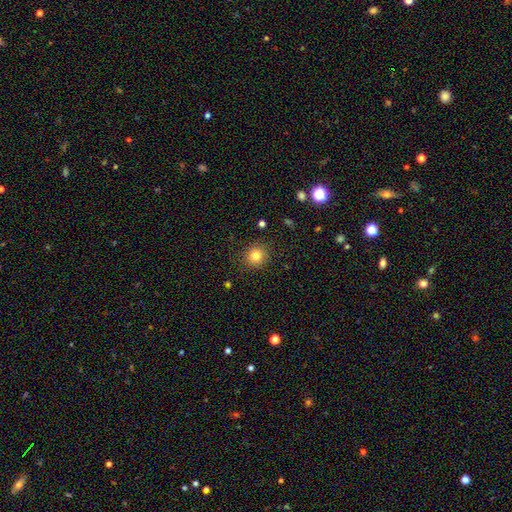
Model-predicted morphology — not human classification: A smooth galaxy with no disk features (81%) that is round (89%). Merging: none (88%).